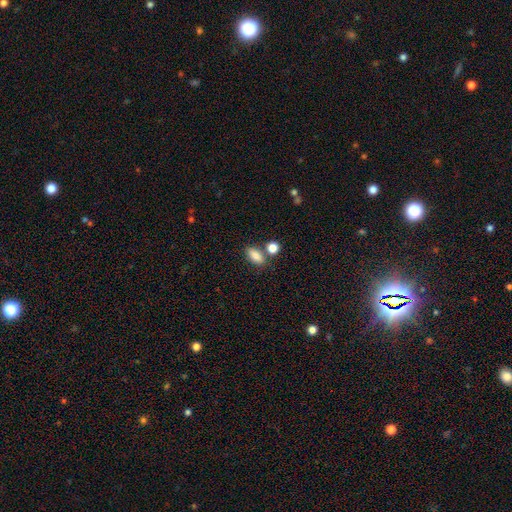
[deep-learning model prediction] Smooth or featured? Predicted: smooth (p=0.85). How rounded? Predicted: in between (p=0.84). Merging? Predicted: none (p=0.67).